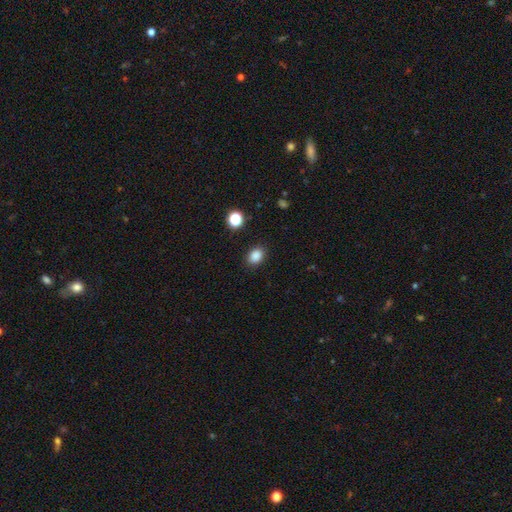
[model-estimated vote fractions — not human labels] A smooth galaxy with no disk features (86%) that is in between round and cigar-shaped (60%). Merging: none (87%).